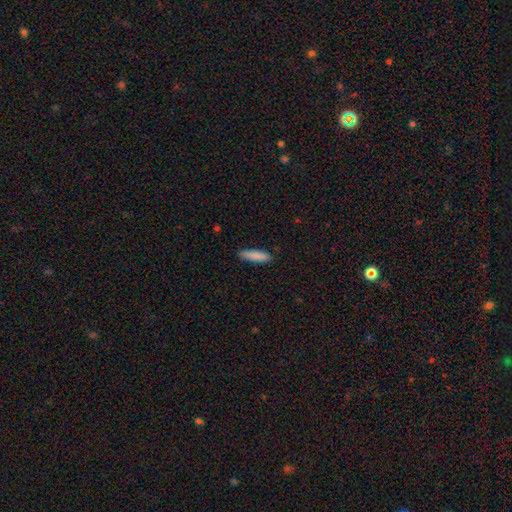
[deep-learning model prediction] This appears to be a smooth galaxy with no disk features (87%) that is cigar-shaped (74%). Merging: none (88%).